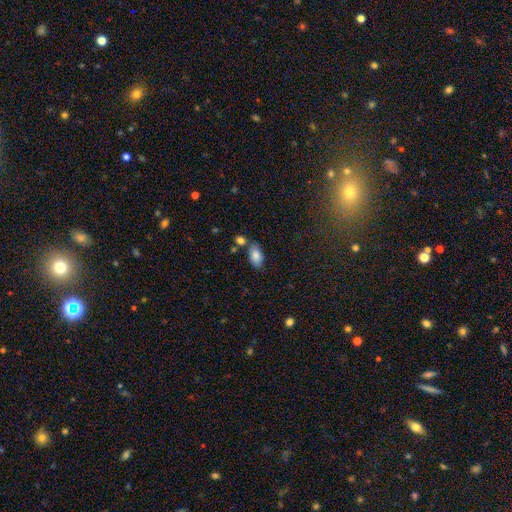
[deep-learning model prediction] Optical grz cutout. It shows a smooth galaxy with no disk features (84%) that is in between round and cigar-shaped (93%). Merging: none (67%).